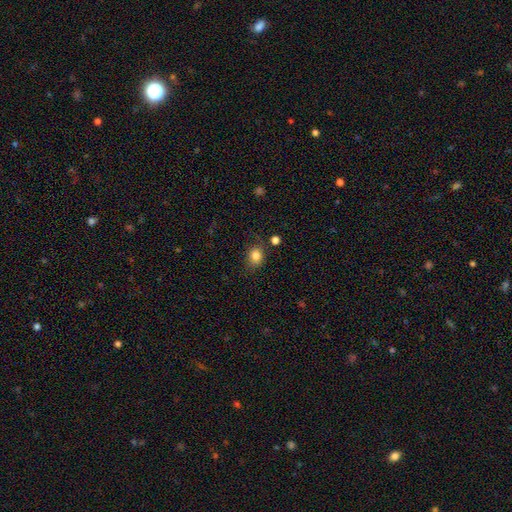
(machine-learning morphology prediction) This appears to be a smooth galaxy with no disk features (83%) that is round (59%). Merging: none (74%).